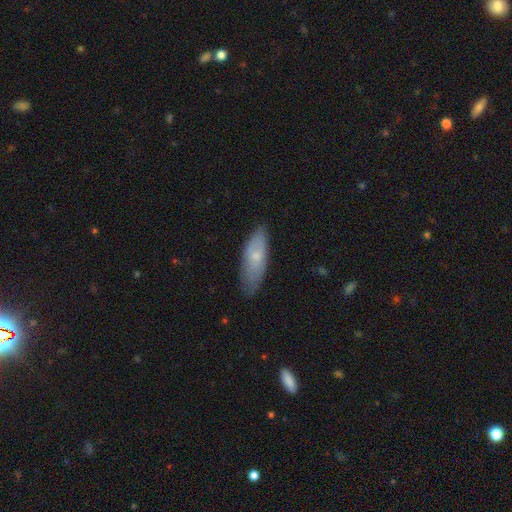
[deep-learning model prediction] smooth-or-featured: smooth: 63% | featured or disk: 30% | star or artifact: 6%
  how-rounded: in between: 64% | cigar-shaped: 34% | round: 2%
  merging: none: 73% | minor disturbance: 21% | major disturbance: 4% | merger: 1%